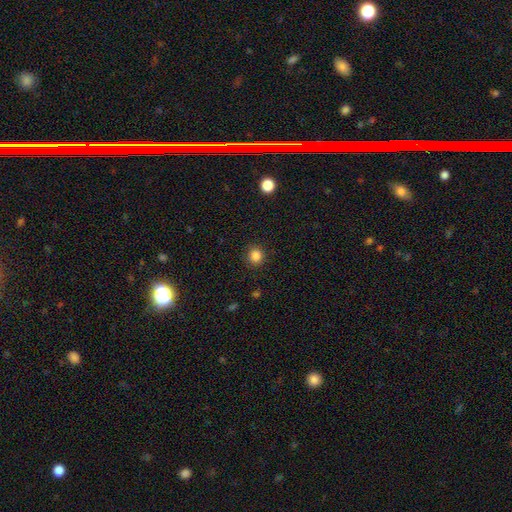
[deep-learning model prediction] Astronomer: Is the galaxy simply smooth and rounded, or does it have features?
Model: smooth — 85%.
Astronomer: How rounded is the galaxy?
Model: round — 86%.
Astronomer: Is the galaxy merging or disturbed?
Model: none — 90%.